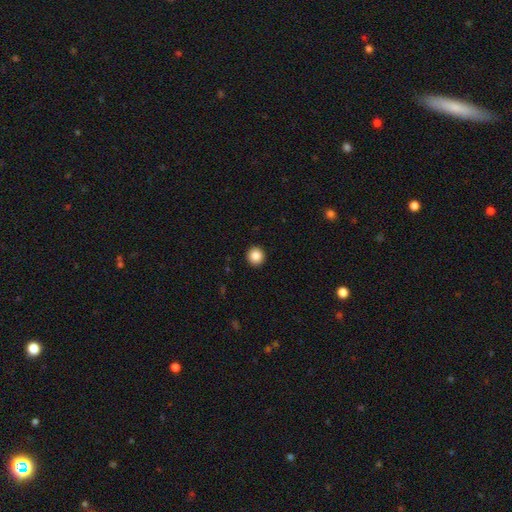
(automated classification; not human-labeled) A smooth galaxy with no disk features (87%) that is round (94%).

Vote fractions:
- Smooth or featured? smooth: 87% / star or artifact: 10% / featured or disk: 4%
- How rounded? round: 94% / in between: 5% / cigar-shaped: 1%
- Merging? none: 93% / minor disturbance: 4% / major disturbance: 1% / merger: 1%